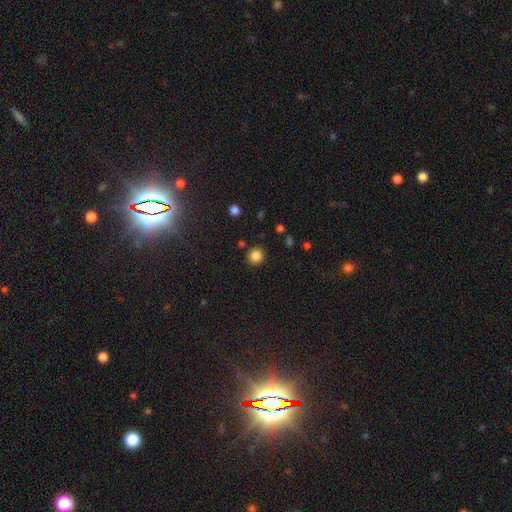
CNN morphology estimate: Q: Smooth or featured?
A: smooth (84%); runner-up: star or artifact (12%)
Q: How rounded?
A: round (89%); runner-up: in between (10%)
Q: Merging?
A: none (87%); runner-up: minor disturbance (8%)